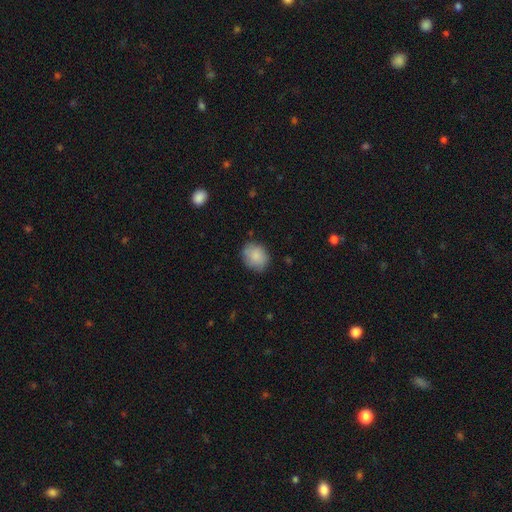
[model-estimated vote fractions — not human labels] A smooth galaxy with no disk features (86%) that is round (56%).

Vote fractions:
- Smooth or featured? smooth: 86% / featured or disk: 7% / star or artifact: 7%
- How rounded? round: 56% / in between: 43% / cigar-shaped: 1%
- Merging? none: 79% / minor disturbance: 16% / major disturbance: 3% / merger: 1%